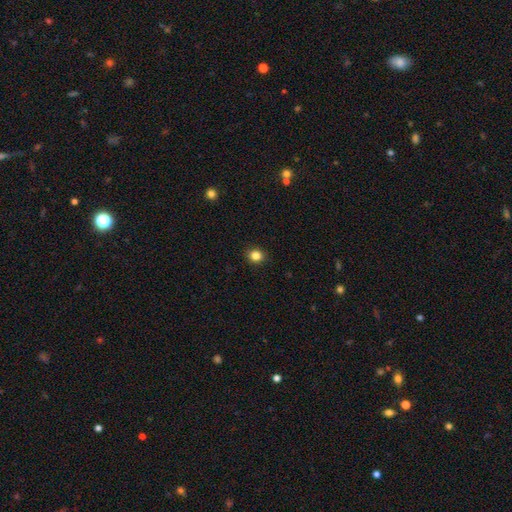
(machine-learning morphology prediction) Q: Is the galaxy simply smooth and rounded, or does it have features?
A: smooth — 84%.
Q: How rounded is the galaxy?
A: round — 76%.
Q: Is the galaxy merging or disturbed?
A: none — 92%.